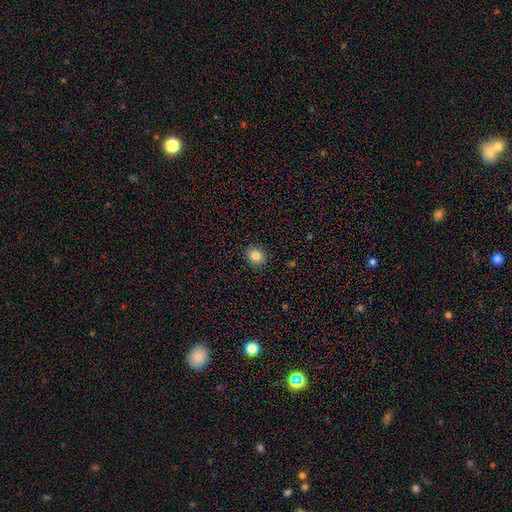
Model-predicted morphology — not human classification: This is clearly a smooth galaxy (83%). How rounded: likely round (66%). Merging: clearly none (90%).